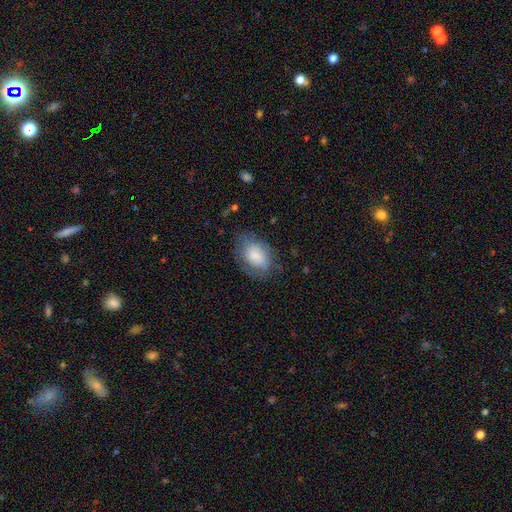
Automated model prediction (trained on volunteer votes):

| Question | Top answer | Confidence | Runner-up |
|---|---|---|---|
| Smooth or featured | smooth | 75% | featured or disk (18%) |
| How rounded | in between | 83% | round (16%) |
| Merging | none | 62% | minor disturbance (25%) |